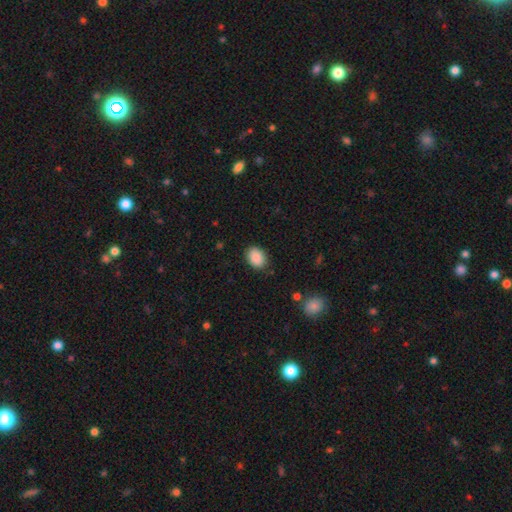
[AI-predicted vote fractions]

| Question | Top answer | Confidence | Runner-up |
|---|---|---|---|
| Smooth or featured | smooth | 89% | star or artifact (7%) |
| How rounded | in between | 72% | round (27%) |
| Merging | none | 85% | minor disturbance (11%) |